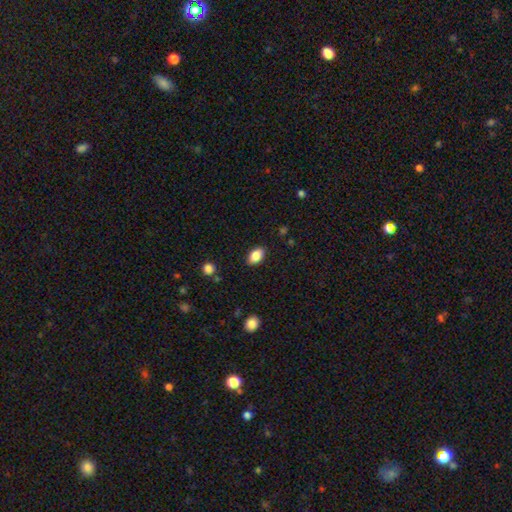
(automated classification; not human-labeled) Overall: smooth (86%). How rounded: in between (89%). Merging: none (87%).